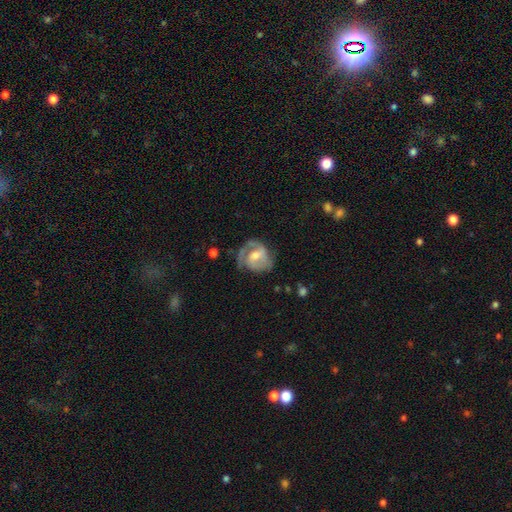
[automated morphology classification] Smooth or featured: featured or disk — 77% (smooth — 17%)
Edge-on disk: no — 97% (yes — 3%)
Bar: weak — 52% (no — 29%)
Spiral arms: yes — 91% (no — 9%)
Spiral winding: medium — 48% (tight — 35%)
Spiral arm count: 2 — 68% (1 — 14%)
Bulge size: moderate — 59% (small — 30%)
Merging: none — 59% (minor disturbance — 23%)